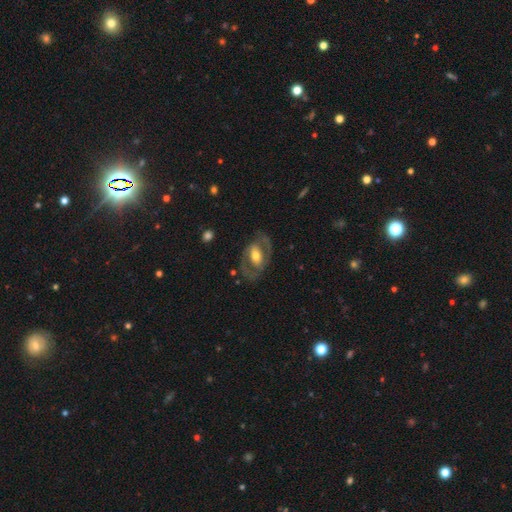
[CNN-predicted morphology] This is likely a featured or disk galaxy (70%). It is clearly not viewed edge-on (93%). Bar: marginally no (36%). Spiral arm pattern: possibly yes (59%). Central bulge: likely moderate (65%). Merging: likely none (71%).